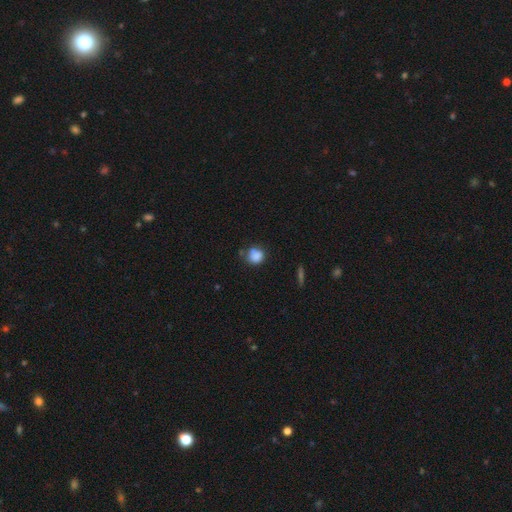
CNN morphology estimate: A smooth galaxy with no disk features (84%) that is round (83%).

Vote fractions:
- Smooth or featured? smooth: 84% / star or artifact: 10% / featured or disk: 6%
- How rounded? round: 83% / in between: 16% / cigar-shaped: 1%
- Merging? none: 60% / minor disturbance: 24% / merger: 9% / major disturbance: 7%